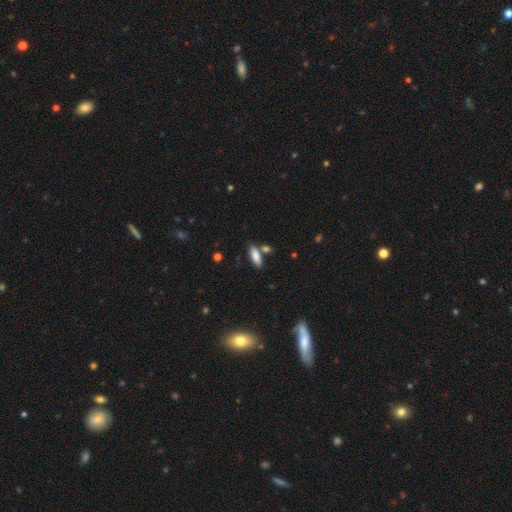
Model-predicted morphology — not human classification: type=smooth (83%); roundness=in between (63%); merging=none (71%).